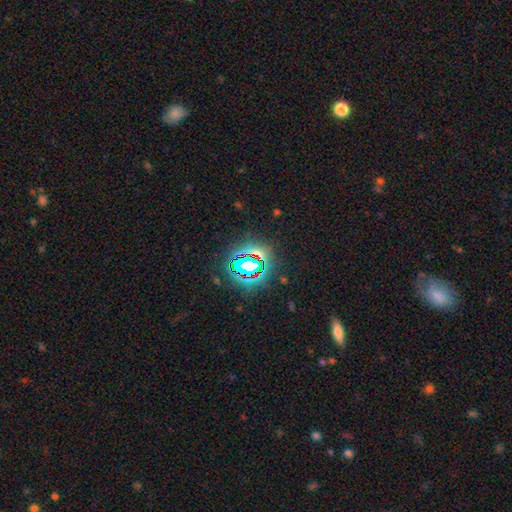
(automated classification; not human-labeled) smooth-or-featured: star or artifact: 72% | smooth: 17% | featured or disk: 10%